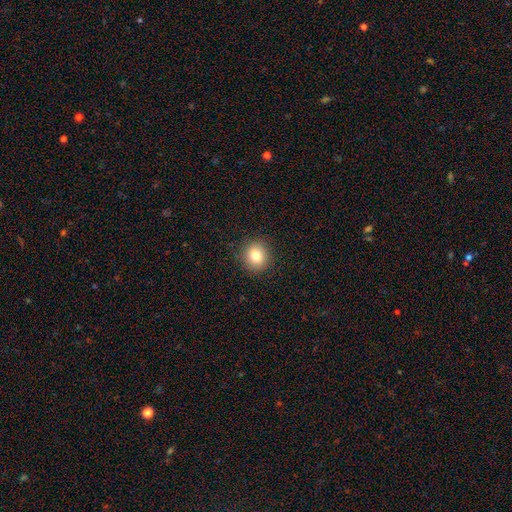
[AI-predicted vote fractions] Smooth or featured?
  - smooth: 82% *
  - star or artifact: 11%
  - featured or disk: 8%
How rounded?
  - round: 85% *
  - in between: 14%
  - cigar-shaped: 1%
Merging?
  - none: 90% *
  - minor disturbance: 7%
  - major disturbance: 2%
  - merger: 1%